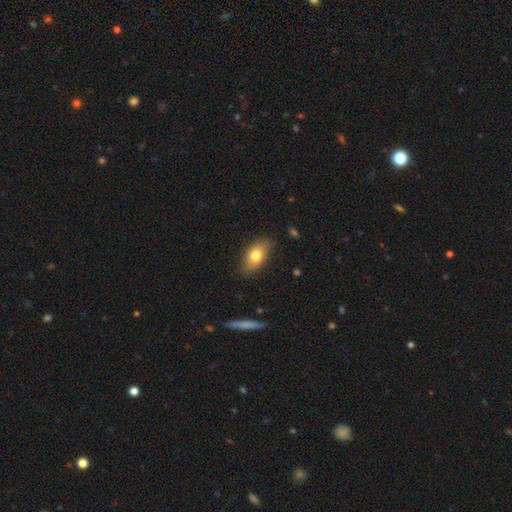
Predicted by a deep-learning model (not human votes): A smooth galaxy with no disk features (76%) that is in between round and cigar-shaped (87%). Merging: none (82%).